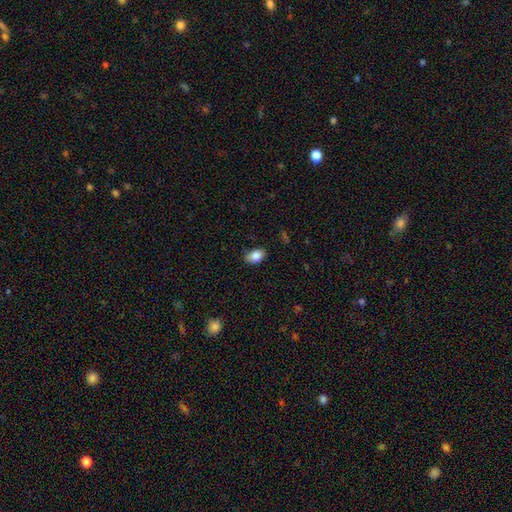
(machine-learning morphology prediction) Smooth or featured? smooth (85%)
How rounded? in between (86%)
Merging? none (78%)